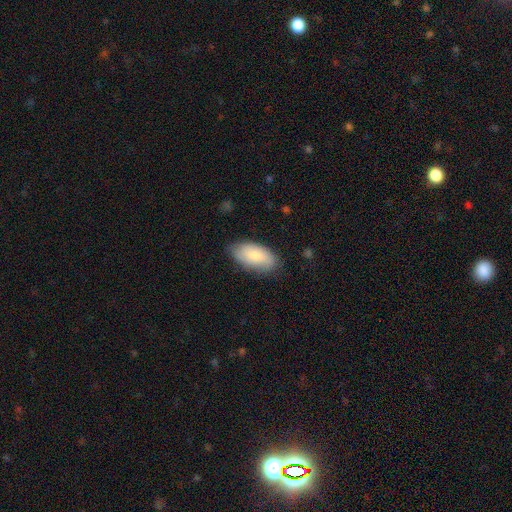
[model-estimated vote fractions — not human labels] A smooth galaxy with no disk features (77%) that is in between round and cigar-shaped (94%).

Vote fractions:
- Smooth or featured? smooth: 77% / featured or disk: 18% / star or artifact: 6%
- How rounded? in between: 94% / cigar-shaped: 4% / round: 3%
- Merging? none: 78% / minor disturbance: 18% / major disturbance: 3% / merger: 1%